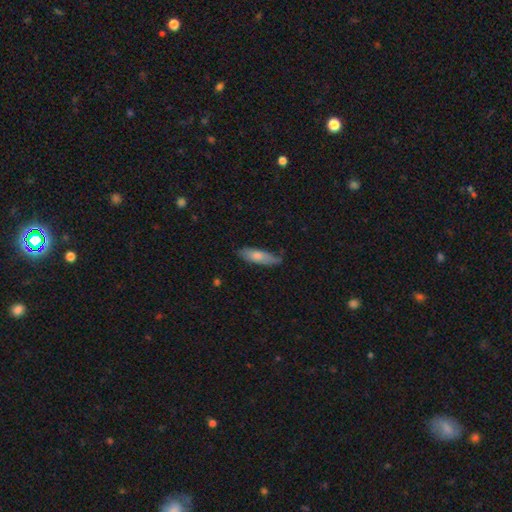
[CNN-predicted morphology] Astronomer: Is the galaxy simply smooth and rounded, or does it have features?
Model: smooth — 67%.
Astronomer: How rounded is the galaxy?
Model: cigar-shaped — 61% (runner-up: in between, 37%).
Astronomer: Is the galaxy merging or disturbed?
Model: none — 71%.